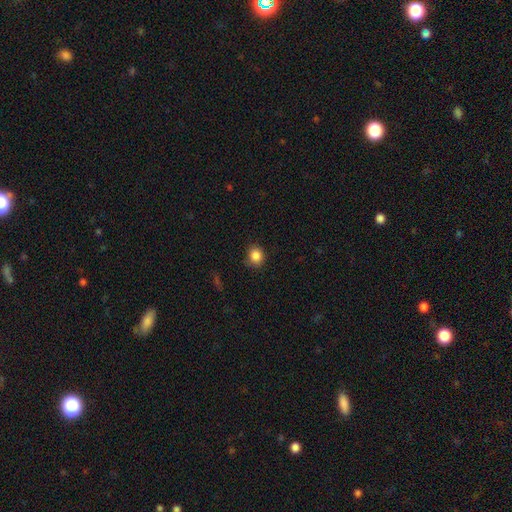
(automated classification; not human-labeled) smooth-or-featured: smooth: 86% | star or artifact: 10% | featured or disk: 4%
  how-rounded: round: 76% | in between: 23% | cigar-shaped: 1%
  merging: none: 83% | minor disturbance: 13% | major disturbance: 3% | merger: 1%